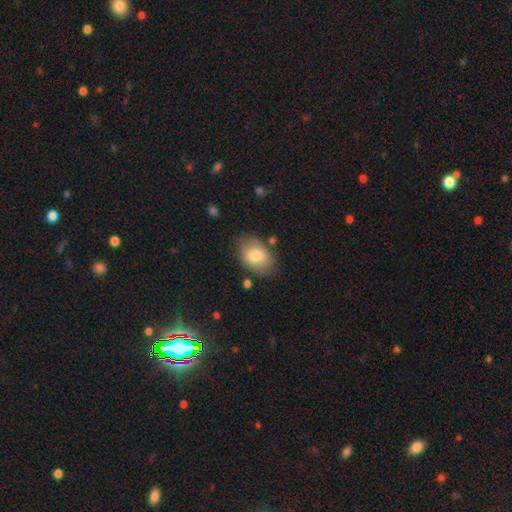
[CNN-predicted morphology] Smooth or featured? smooth (79%)
How rounded? in between (79%)
Merging? none (77%)